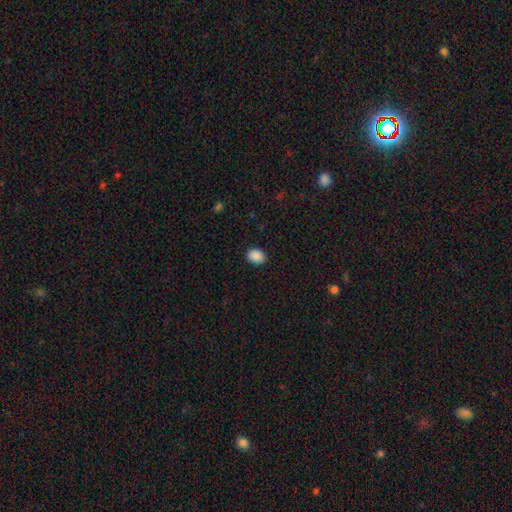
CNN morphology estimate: A smooth galaxy with no disk features (90%) that is in between round and cigar-shaped (69%).

Vote fractions:
- Smooth or featured? smooth: 90% / star or artifact: 8% / featured or disk: 2%
- How rounded? in between: 69% / round: 30% / cigar-shaped: 1%
- Merging? none: 90% / minor disturbance: 7% / major disturbance: 2% / merger: 1%